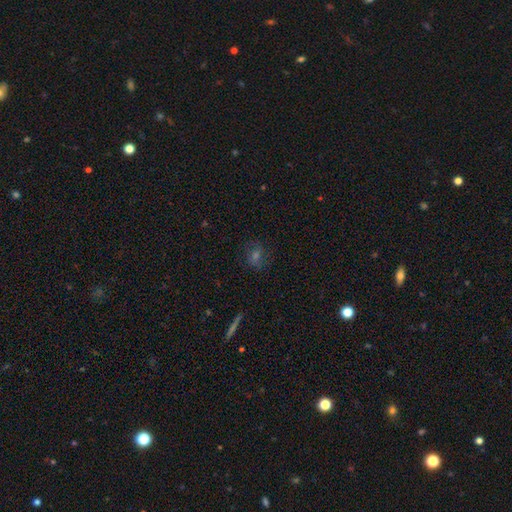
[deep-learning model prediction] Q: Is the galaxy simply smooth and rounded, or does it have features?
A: smooth — 41%.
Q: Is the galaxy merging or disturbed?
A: none — 80%.